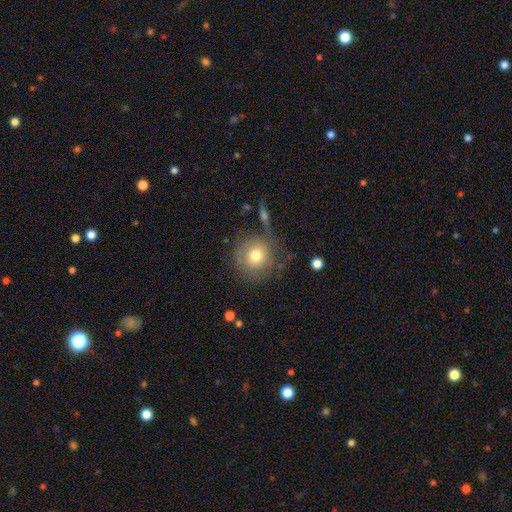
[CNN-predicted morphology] A smooth galaxy with no disk features (71%) that is round (91%). Merging: none (69%).